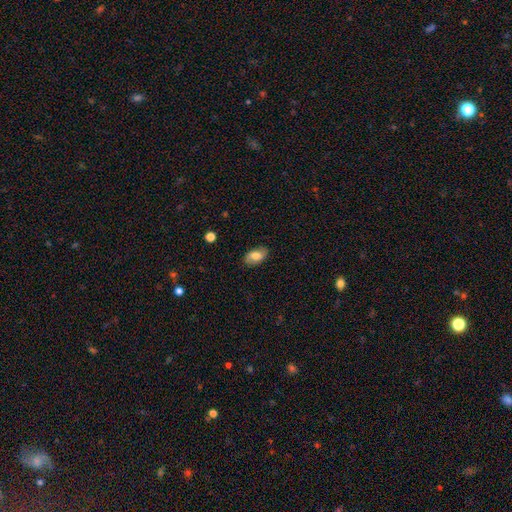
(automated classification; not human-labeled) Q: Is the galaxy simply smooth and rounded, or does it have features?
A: smooth — 70%.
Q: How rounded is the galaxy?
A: in between — 91%.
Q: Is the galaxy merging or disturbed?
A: none — 82%.